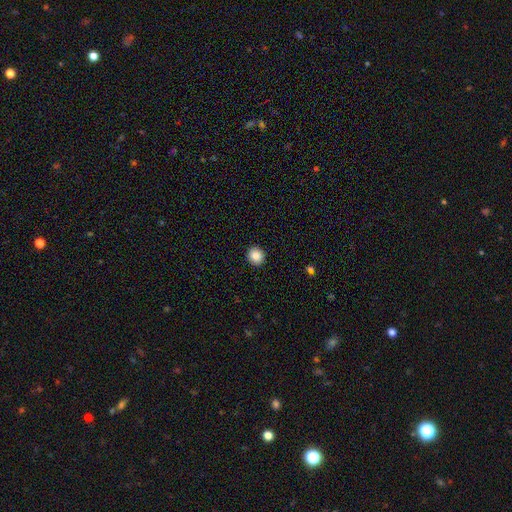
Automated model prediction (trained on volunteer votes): smooth_or_featured: smooth (p=0.87) [alt: star or artifact p=0.09]
how_rounded: round (p=0.89) [alt: in between p=0.10]
merging: none (p=0.92) [alt: minor disturbance p=0.05]